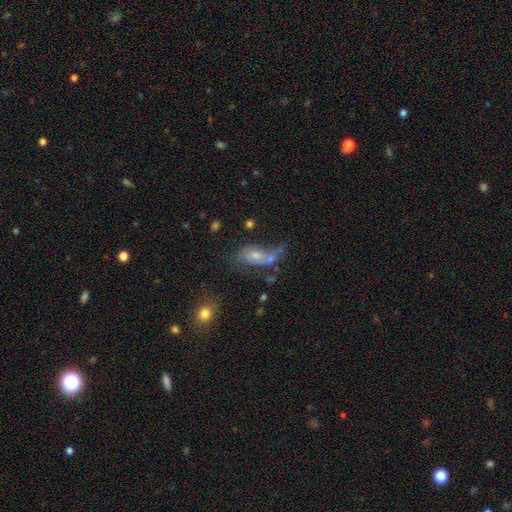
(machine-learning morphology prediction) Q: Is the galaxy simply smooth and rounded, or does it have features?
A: smooth — 47%.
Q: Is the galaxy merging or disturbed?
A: merger — 30%.